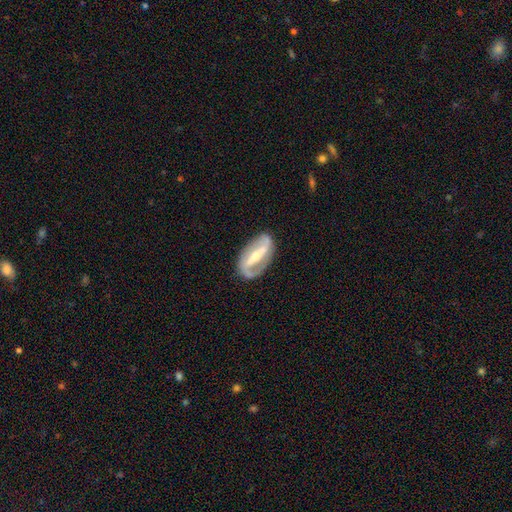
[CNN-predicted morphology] This appears to be a featured or disk galaxy (83%) with a strong bar (73%), 2 (87%) medium (40%) spiral arms (83%) and a moderate central bulge (48%). Merging: none (81%).